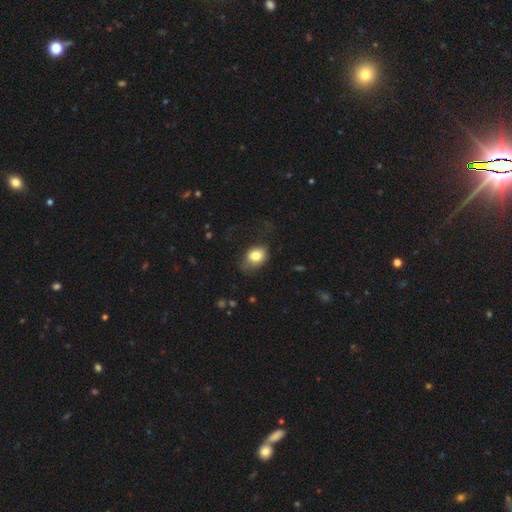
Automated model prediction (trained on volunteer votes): Q: Smooth or featured?
A: smooth (79%); runner-up: featured or disk (12%)
Q: How rounded?
A: in between (63%); runner-up: round (35%)
Q: Merging?
A: none (54%); runner-up: minor disturbance (29%)